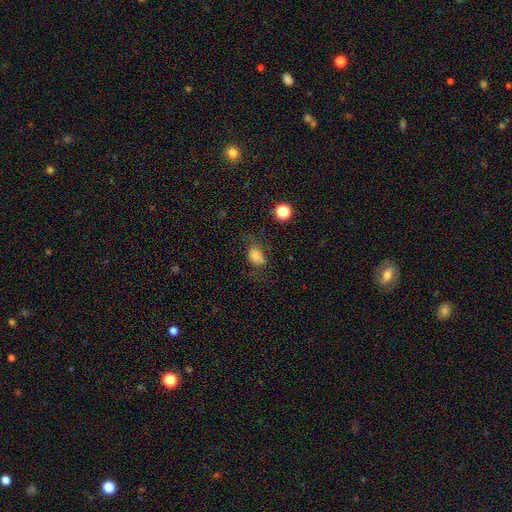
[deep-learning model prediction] smooth_or_featured: smooth (p=0.77) [alt: star or artifact p=0.13]
how_rounded: in between (p=0.77) [alt: round p=0.21]
merging: none (p=0.52) [alt: minor disturbance p=0.27]